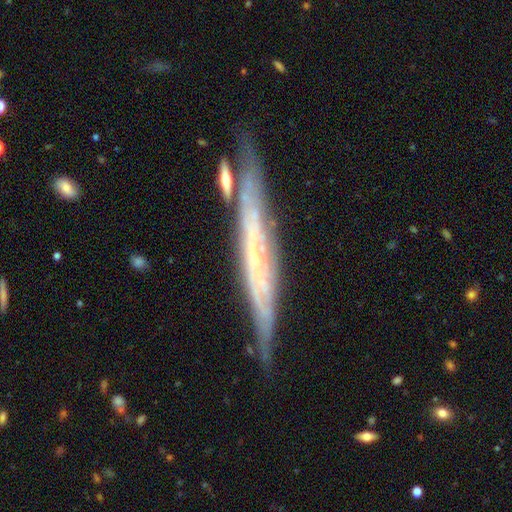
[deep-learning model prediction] Morphology: type=featured or disk (72%); edge-on=yes (84%); edge-on bulge=none (72%); merging=none (77%).